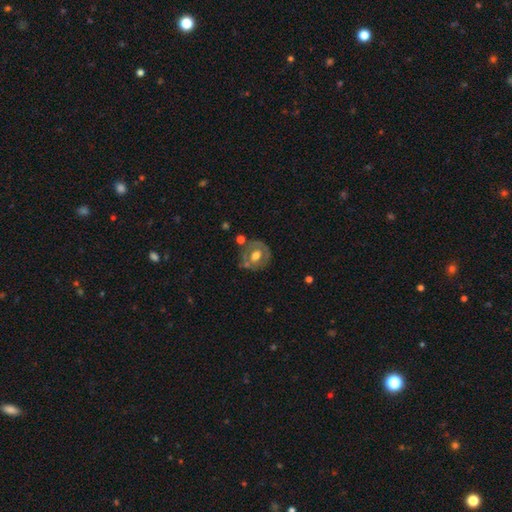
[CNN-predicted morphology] Smooth or featured? featured or disk (57%)
Edge-on disk? no (95%)
Bar? no (68%)
Spiral arms? no (73%)
Bulge size? moderate (66%)
Merging? none (63%)